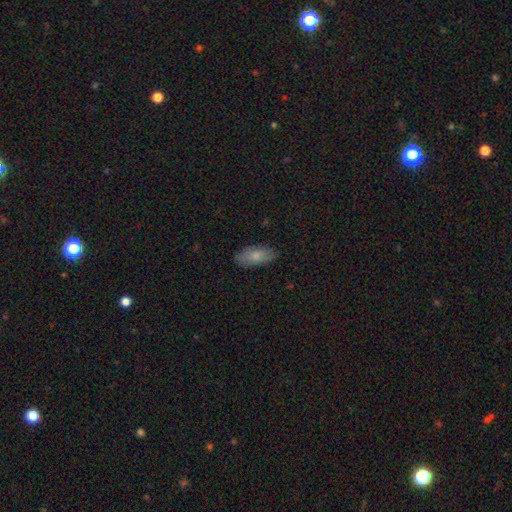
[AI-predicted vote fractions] Smooth or featured? smooth (79%)
How rounded? in between (87%)
Merging? none (84%)